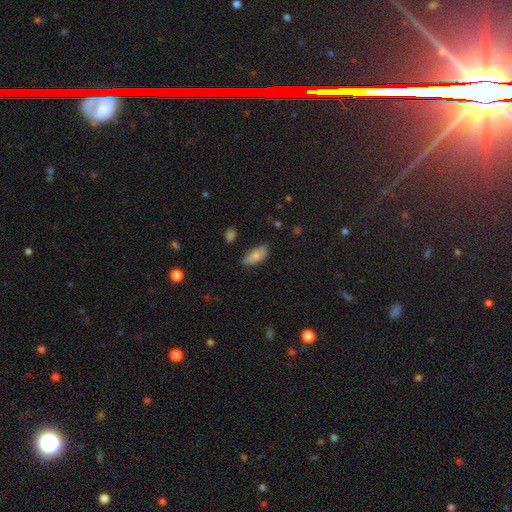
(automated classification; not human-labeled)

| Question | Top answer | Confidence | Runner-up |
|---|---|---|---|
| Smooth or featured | smooth | 77% | featured or disk (15%) |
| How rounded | in between | 89% | cigar-shaped (8%) |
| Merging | none | 74% | minor disturbance (20%) |